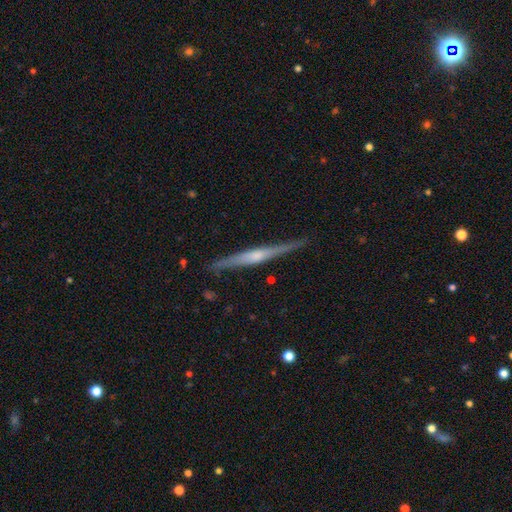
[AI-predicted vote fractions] A featured or disk galaxy (75%) viewed edge-on (98%) with a rounded central bulge (62%).

Vote fractions:
- Smooth or featured? featured or disk: 75% / smooth: 20% / star or artifact: 5%
- Edge-on disk? yes: 98% / no: 2%
- Edge-on bulge? rounded: 62% / none: 22% / boxy: 16%
- Merging? none: 87% / minor disturbance: 10% / major disturbance: 2% / merger: 1%